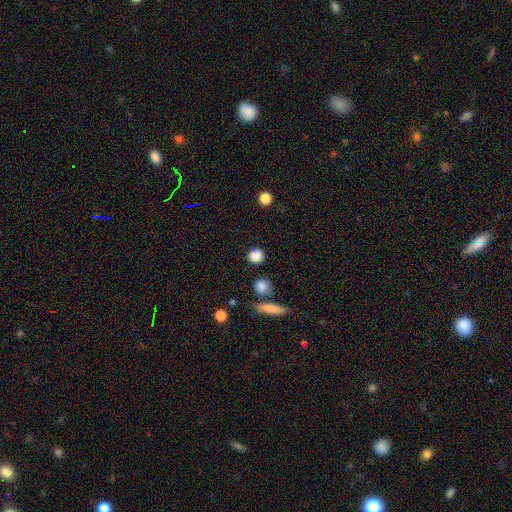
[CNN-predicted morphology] Overall: smooth (81%). How rounded: round (80%). Merging: none (81%).